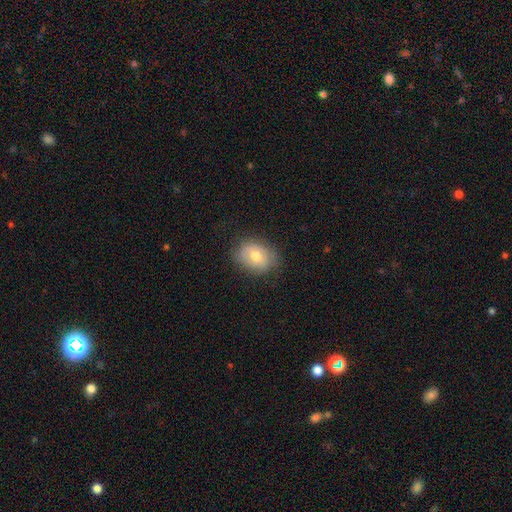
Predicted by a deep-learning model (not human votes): Smooth or featured: smooth — 66% (featured or disk — 26%)
How rounded: in between — 64% (round — 35%)
Merging: none — 77% (minor disturbance — 17%)